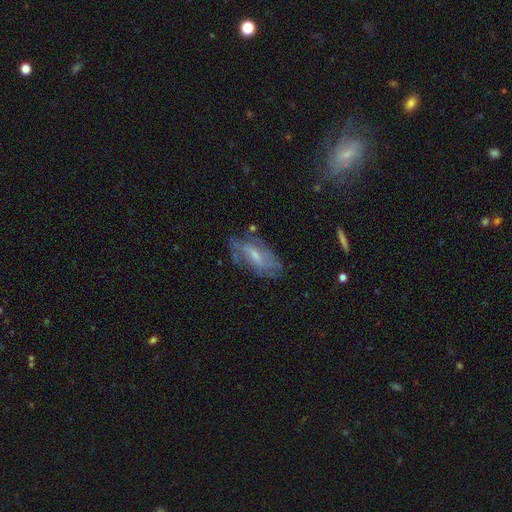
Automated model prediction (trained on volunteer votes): A featured or disk galaxy (59%) with a weak bar (45%), spiral arms (62%) and a small central bulge (49%). Merging: none (58%).